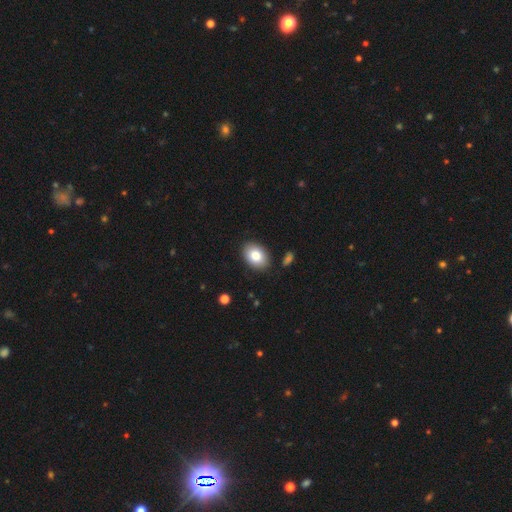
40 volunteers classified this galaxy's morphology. A smooth galaxy with no disk features (92%) that is in between round and cigar-shaped (76%).

Vote fractions:
- Smooth or featured? smooth: 92% / star or artifact: 8% / featured or disk: 0%
- How rounded? in between: 76% / round: 22% / cigar-shaped: 3%
- Merging? none: 81% / minor disturbance: 16% / major disturbance: 3% / merger: 0%